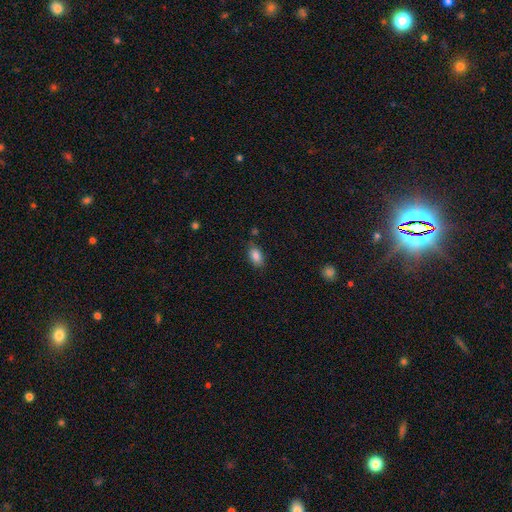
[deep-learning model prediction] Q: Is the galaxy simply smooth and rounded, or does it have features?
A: smooth — 86%.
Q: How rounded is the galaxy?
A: in between — 89%.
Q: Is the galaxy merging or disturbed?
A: none — 79%.